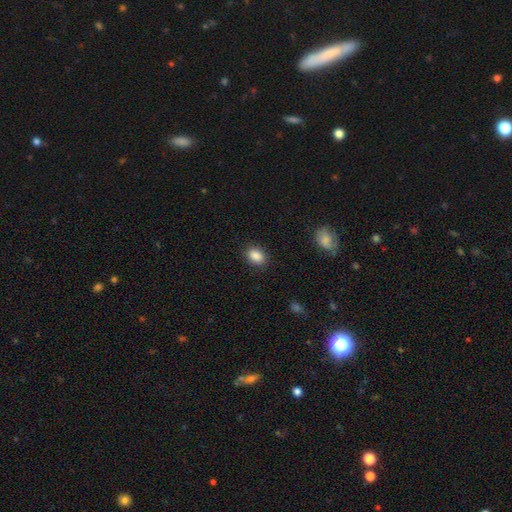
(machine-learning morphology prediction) This appears to be a smooth galaxy with no disk features (88%) that is in between round and cigar-shaped (75%). Merging: none (87%).